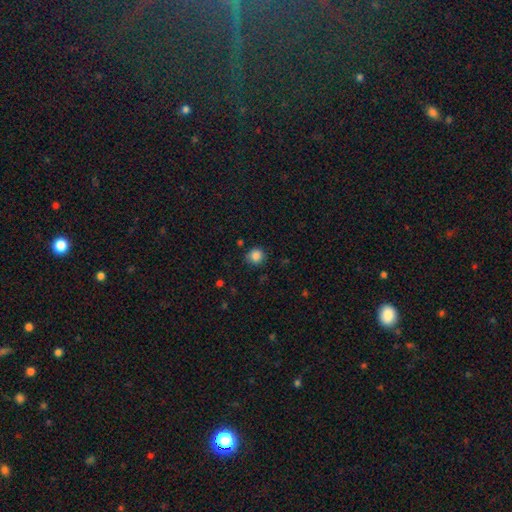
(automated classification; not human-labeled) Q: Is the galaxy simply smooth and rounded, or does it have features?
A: smooth — 86%.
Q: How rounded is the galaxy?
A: round — 88%.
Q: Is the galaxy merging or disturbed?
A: none — 83%.